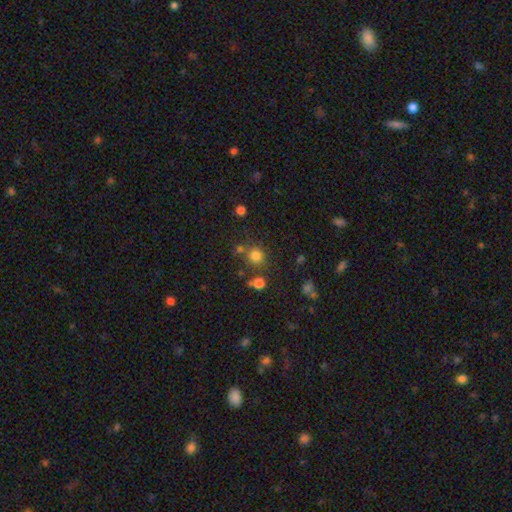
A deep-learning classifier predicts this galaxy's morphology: This appears to be a smooth galaxy with no disk features (78%) that is round (88%). Merging: none (74%).